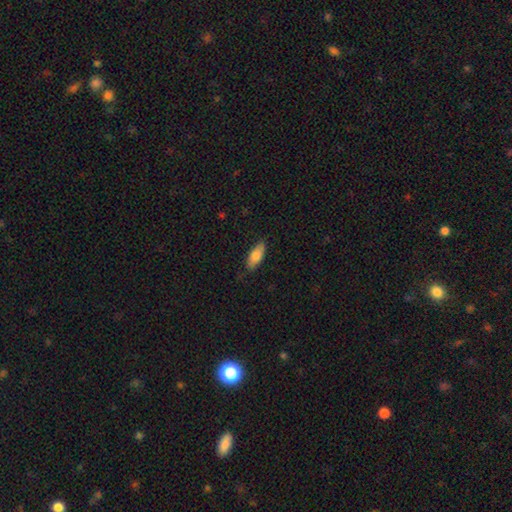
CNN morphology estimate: smooth_or_featured: smooth (p=0.78) [alt: featured or disk p=0.15]
how_rounded: in between (p=0.78) [alt: cigar-shaped p=0.20]
merging: none (p=0.83) [alt: minor disturbance p=0.14]